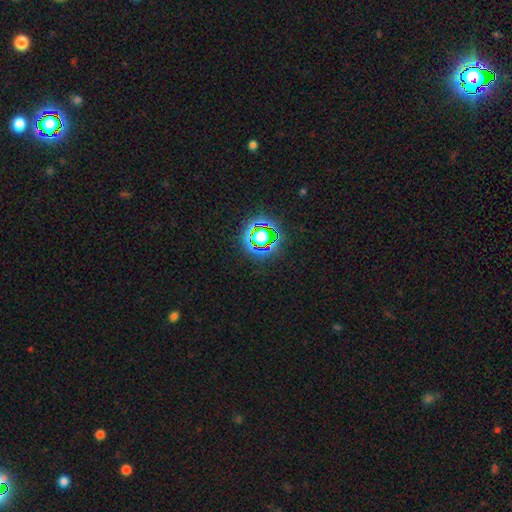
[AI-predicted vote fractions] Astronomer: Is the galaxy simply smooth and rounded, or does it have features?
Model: star or artifact — 73%.